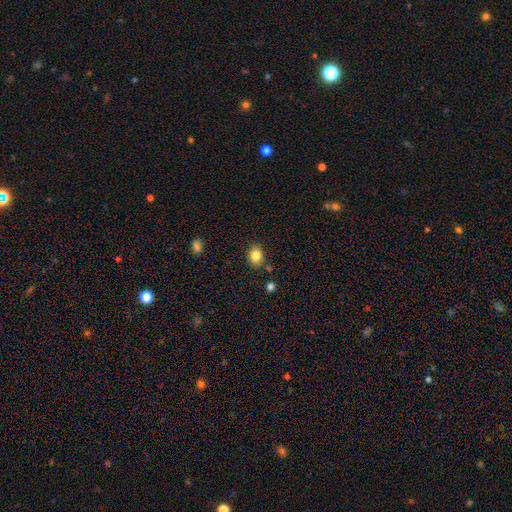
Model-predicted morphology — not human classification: Smooth or featured? smooth (84%)
How rounded? in between (50%)
Merging? none (83%)